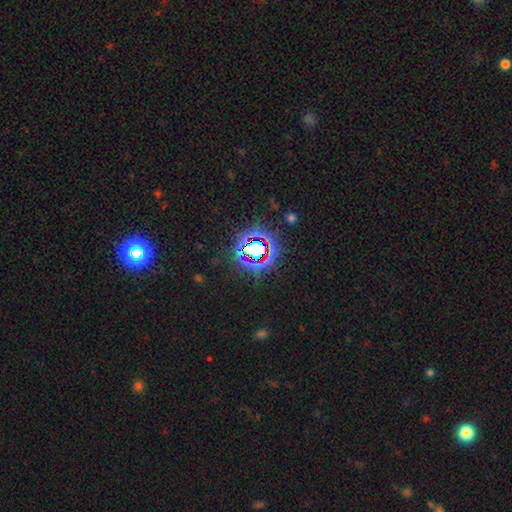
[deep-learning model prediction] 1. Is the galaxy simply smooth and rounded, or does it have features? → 77% star or artifact, 14% smooth, 9% featured or disk.